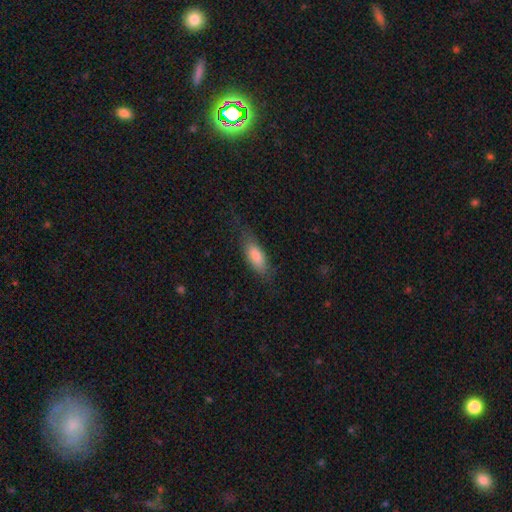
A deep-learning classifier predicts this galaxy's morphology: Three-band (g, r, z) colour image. It shows a smooth galaxy with no disk features (78%) that is in between round and cigar-shaped (69%). Merging: none (67%).